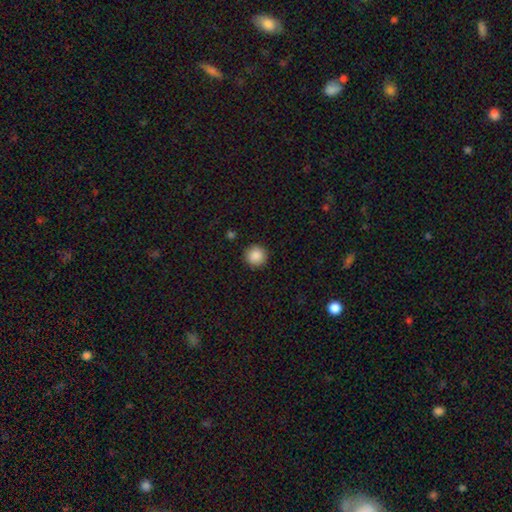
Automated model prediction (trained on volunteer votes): Morphology: type=smooth (88%); roundness=round (95%); merging=none (92%).